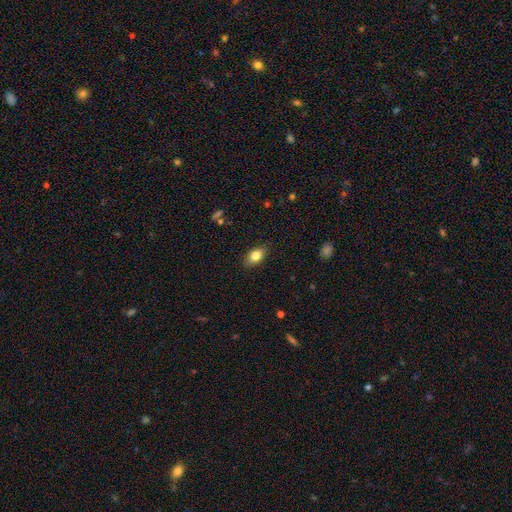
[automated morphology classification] smooth-or-featured: smooth: 81% | featured or disk: 11% | star or artifact: 8%
  how-rounded: in between: 87% | round: 9% | cigar-shaped: 4%
  merging: none: 85% | minor disturbance: 11% | major disturbance: 2% | merger: 1%